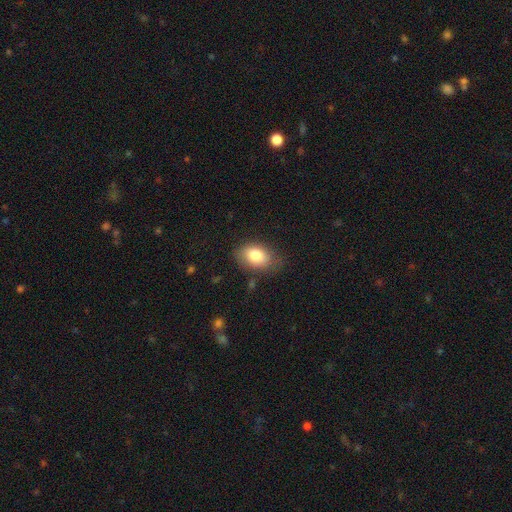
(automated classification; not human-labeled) Smooth or featured?
  - smooth: 79% *
  - featured or disk: 13%
  - star or artifact: 8%
How rounded?
  - in between: 86% *
  - round: 12%
  - cigar-shaped: 1%
Merging?
  - none: 75% *
  - minor disturbance: 19%
  - major disturbance: 5%
  - merger: 2%